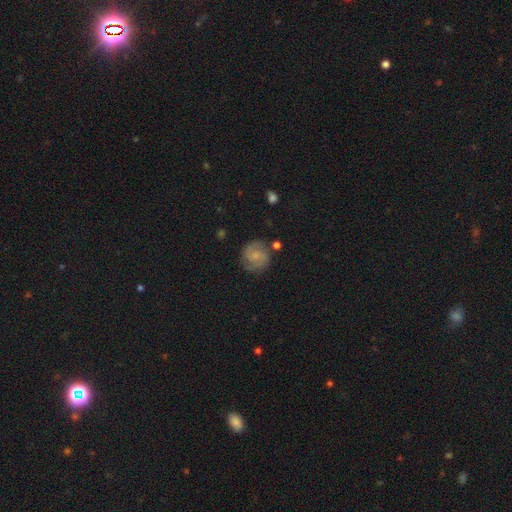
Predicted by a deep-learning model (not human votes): Smooth or featured: featured or disk — 70% (smooth — 22%)
Edge-on disk: no — 98% (yes — 2%)
Bar: no — 60% (weak — 35%)
Spiral arms: yes — 95% (no — 5%)
Spiral winding: medium — 45% (tight — 42%)
Spiral arm count: 2 — 79% (can't tell — 8%)
Bulge size: small — 61% (moderate — 20%)
Merging: none — 79% (minor disturbance — 14%)